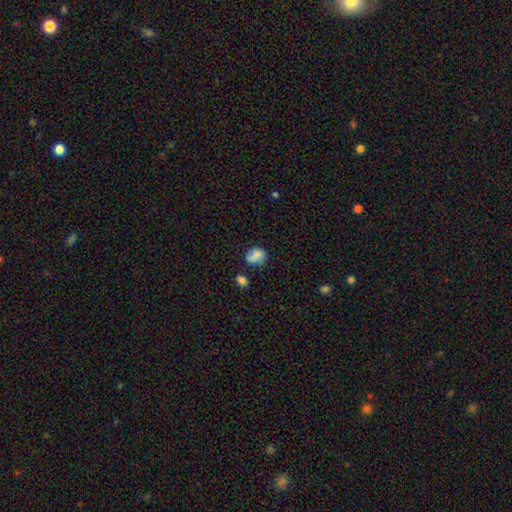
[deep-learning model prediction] smooth-or-featured: smooth: 75% | featured or disk: 14% | star or artifact: 11%
  how-rounded: in between: 53% | round: 45% | cigar-shaped: 1%
  merging: none: 45% | minor disturbance: 28% | major disturbance: 14% | merger: 13%